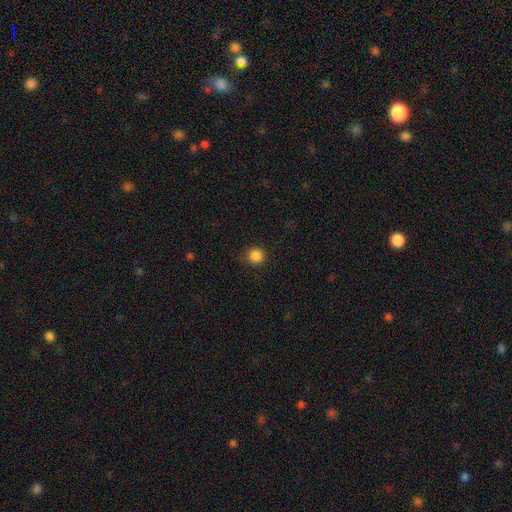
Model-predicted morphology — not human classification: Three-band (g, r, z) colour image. It shows a smooth galaxy with no disk features (86%) that is round (92%). Merging: none (85%).